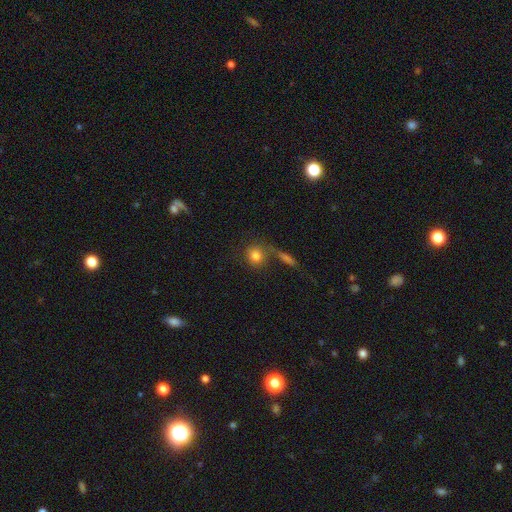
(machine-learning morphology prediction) type=smooth (79%); roundness=round (85%); merging=none (65%).